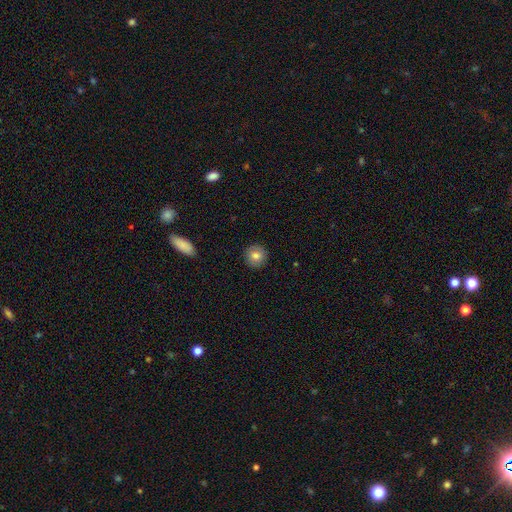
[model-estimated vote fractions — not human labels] Smooth or featured? Predicted: smooth (p=0.80). How rounded? Predicted: round (p=0.92). Merging? Predicted: none (p=0.90).